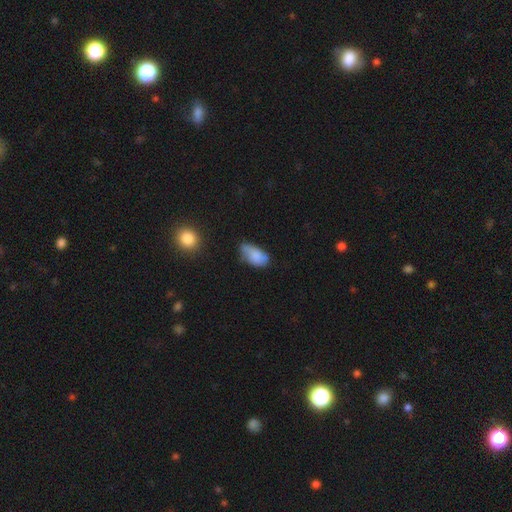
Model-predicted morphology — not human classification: Smooth or featured? Predicted: smooth (p=0.75). How rounded? Predicted: in between (p=0.92). Merging? Predicted: none (p=0.45).